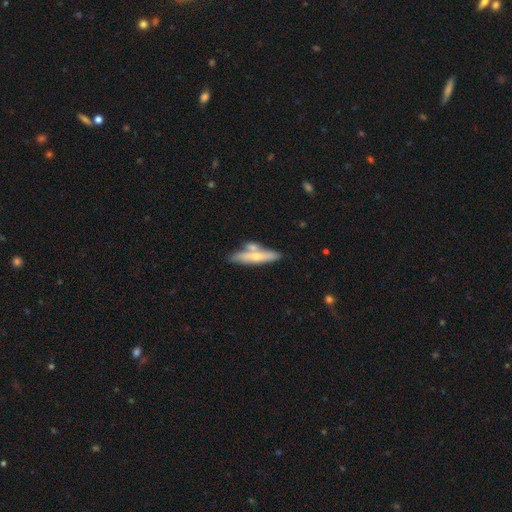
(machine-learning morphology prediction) type=smooth (51%); roundness=cigar-shaped (76%); merging=none (56%).